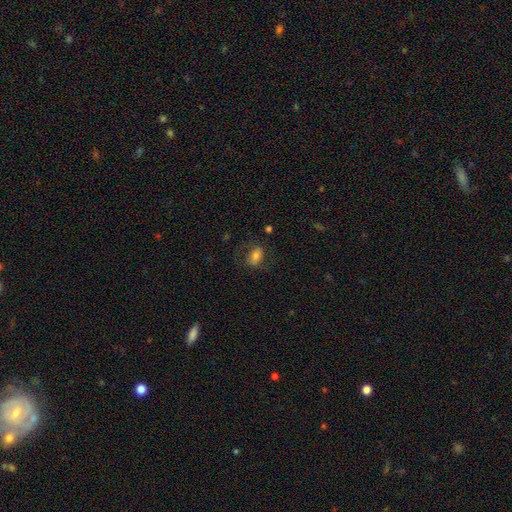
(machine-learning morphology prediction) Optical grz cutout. It shows a smooth galaxy with no disk features (71%) that is in between round and cigar-shaped (84%). Merging: none (68%).